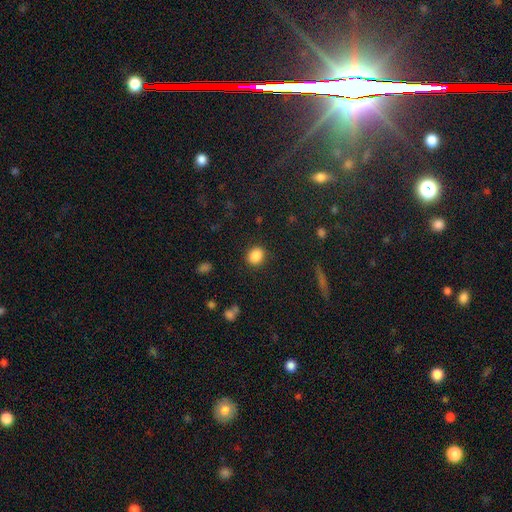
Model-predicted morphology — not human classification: type=smooth (87%); roundness=round (55%); merging=none (88%).